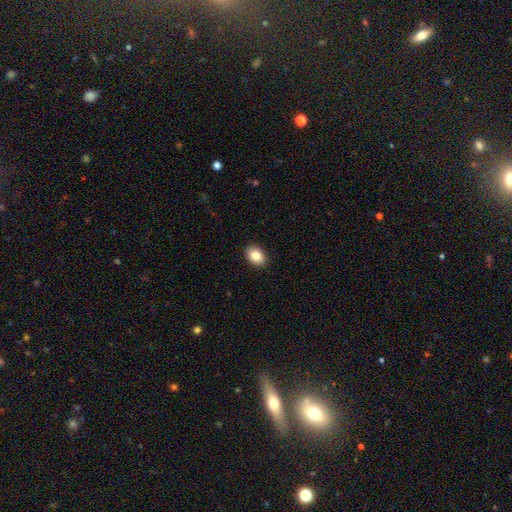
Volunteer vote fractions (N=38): This is clearly a smooth galaxy (100%). How rounded: likely in between (66%). Merging: clearly none (95%).